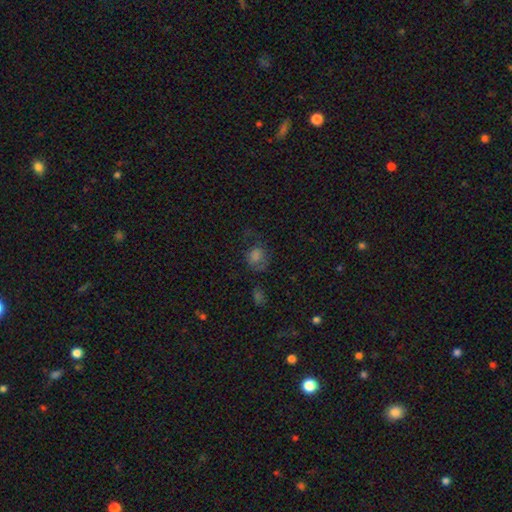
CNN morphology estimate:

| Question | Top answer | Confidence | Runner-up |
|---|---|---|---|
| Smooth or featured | smooth | 58% | star or artifact (25%) |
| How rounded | round | 64% | in between (35%) |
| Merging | none | 53% | minor disturbance (22%) |